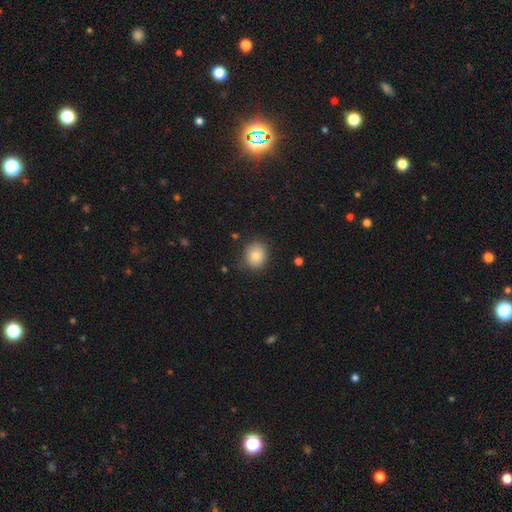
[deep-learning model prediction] smooth_or_featured: smooth (p=0.82) [alt: featured or disk p=0.09]
how_rounded: round (p=0.67) [alt: in between p=0.32]
merging: none (p=0.82) [alt: minor disturbance p=0.13]